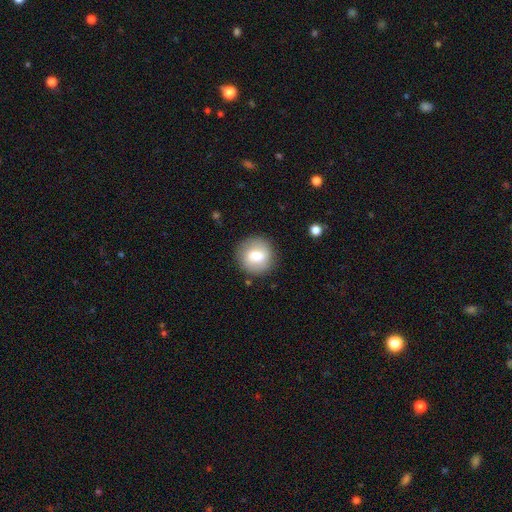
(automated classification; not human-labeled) Q: Smooth or featured?
A: smooth (66%); runner-up: featured or disk (27%)
Q: How rounded?
A: round (89%); runner-up: in between (10%)
Q: Merging?
A: none (85%); runner-up: minor disturbance (10%)